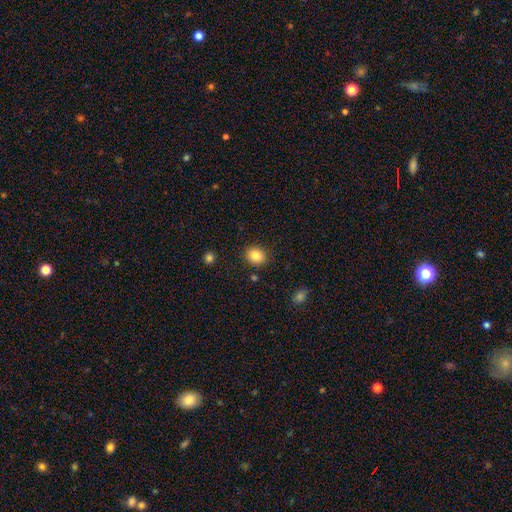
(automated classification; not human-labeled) Smooth or featured? Predicted: smooth (p=0.86). How rounded? Predicted: round (p=0.65). Merging? Predicted: none (p=0.88).